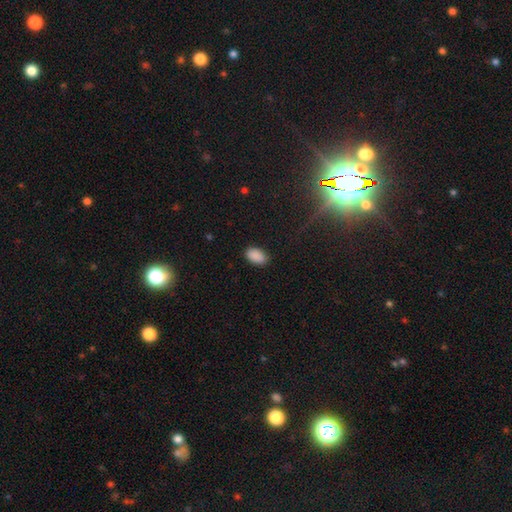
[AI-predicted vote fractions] Morphology: type=smooth (89%); roundness=in between (93%); merging=none (87%).